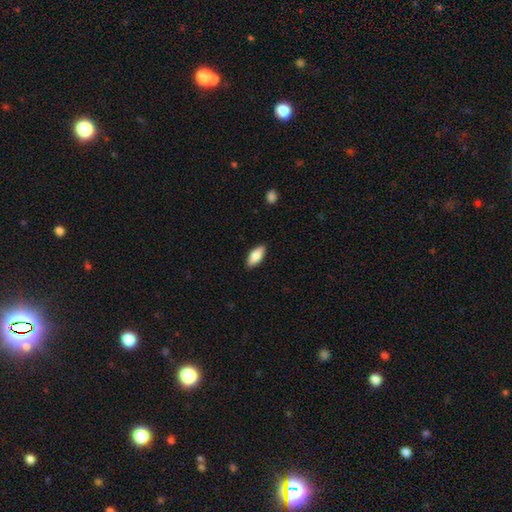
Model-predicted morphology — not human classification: This is likely a smooth galaxy (79%). How rounded: clearly in between (82%). Merging: clearly none (88%).